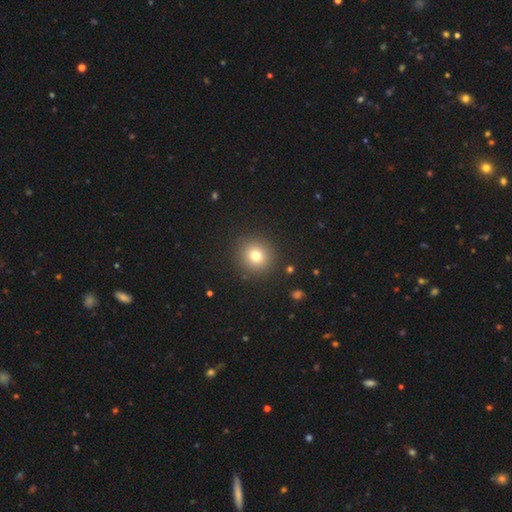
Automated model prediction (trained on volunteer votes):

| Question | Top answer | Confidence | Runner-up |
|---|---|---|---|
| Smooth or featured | smooth | 76% | star or artifact (14%) |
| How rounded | round | 92% | in between (7%) |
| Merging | none | 90% | minor disturbance (6%) |